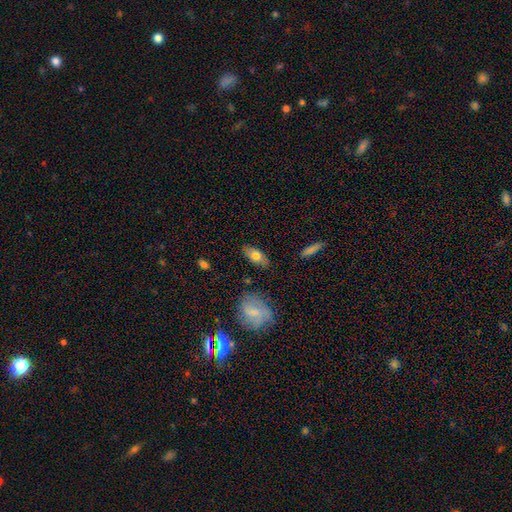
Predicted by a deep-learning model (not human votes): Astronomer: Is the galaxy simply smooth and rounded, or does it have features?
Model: smooth — 71%.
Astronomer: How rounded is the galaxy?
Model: in between — 84%.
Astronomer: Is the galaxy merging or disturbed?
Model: none — 84%.